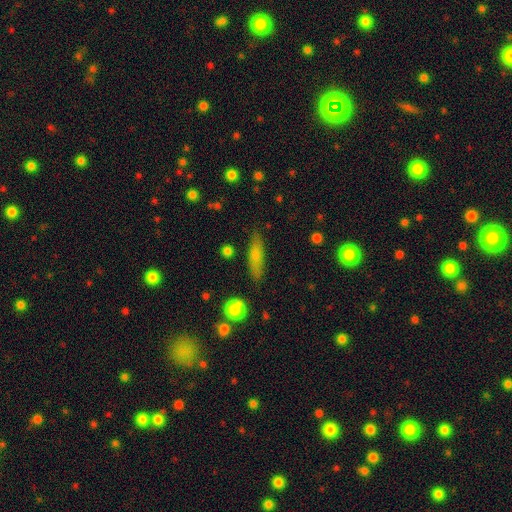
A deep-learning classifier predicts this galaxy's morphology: The model was most divided on "how rounded": cigar-shaped: 70%, in between: 27%, round: 3%. More confident: merging — none (82%); smooth or featured — smooth (71%).